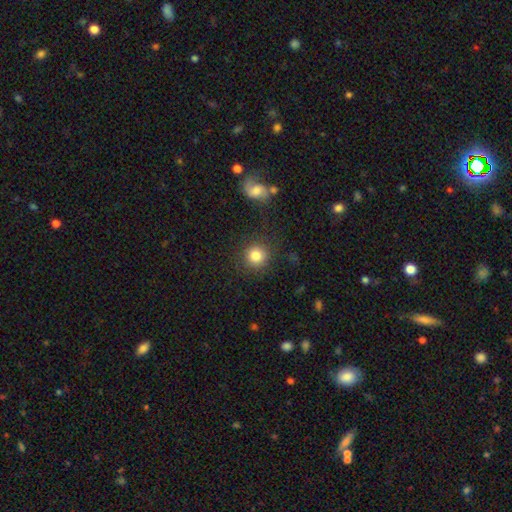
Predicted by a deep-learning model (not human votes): Smooth or featured: smooth — 83% (star or artifact — 10%)
How rounded: round — 92% (in between — 7%)
Merging: none — 86% (minor disturbance — 8%)